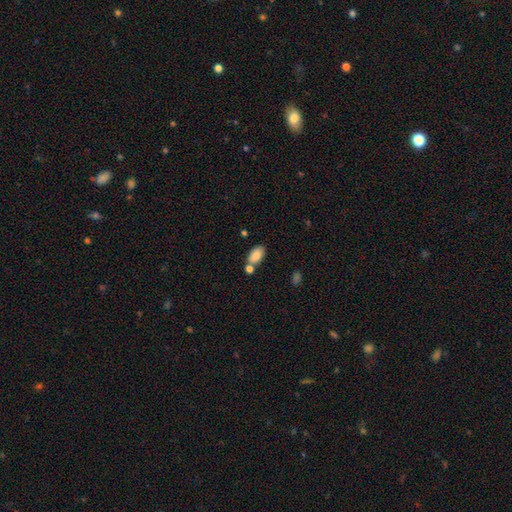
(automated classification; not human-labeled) smooth-or-featured: smooth: 85% | featured or disk: 8% | star or artifact: 8%
  how-rounded: in between: 93% | round: 5% | cigar-shaped: 2%
  merging: none: 59% | merger: 24% | minor disturbance: 13% | major disturbance: 4%